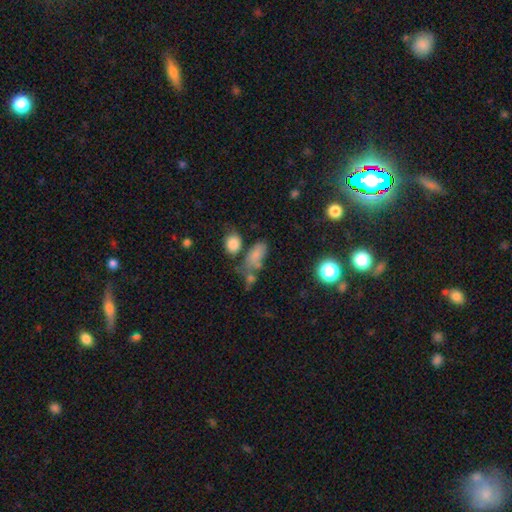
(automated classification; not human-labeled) smooth-or-featured: smooth: 70% | star or artifact: 15% | featured or disk: 15%
  how-rounded: in between: 82% | round: 10% | cigar-shaped: 7%
  merging: none: 40% | merger: 26% | minor disturbance: 21% | major disturbance: 13%